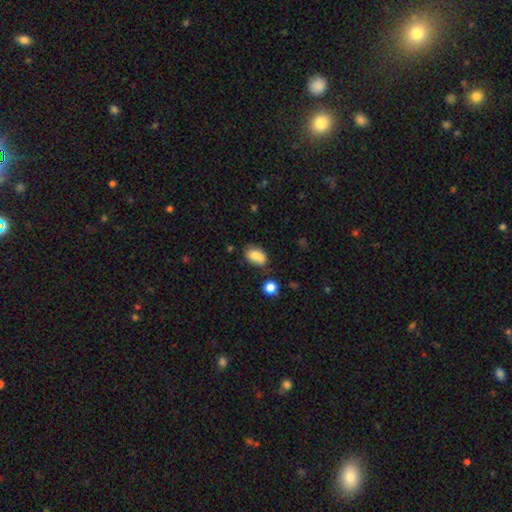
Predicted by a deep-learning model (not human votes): Smooth or featured?
  - smooth: 77% *
  - featured or disk: 14%
  - star or artifact: 9%
How rounded?
  - in between: 86% *
  - round: 13%
  - cigar-shaped: 2%
Merging?
  - none: 62% *
  - minor disturbance: 21%
  - merger: 12%
  - major disturbance: 5%